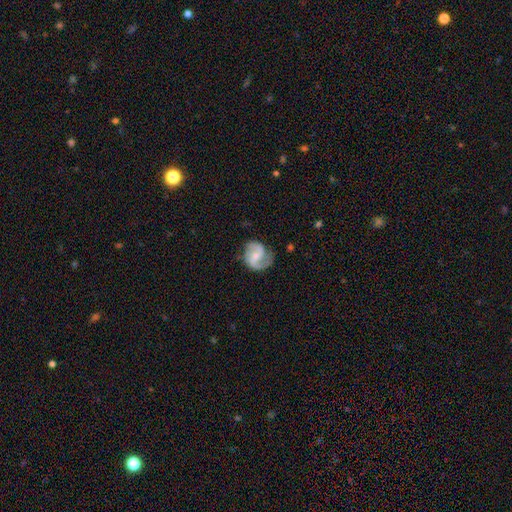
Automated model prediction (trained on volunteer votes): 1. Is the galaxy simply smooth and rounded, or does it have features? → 85% featured or disk, 10% smooth, 5% star or artifact.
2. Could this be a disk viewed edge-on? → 98% no, 2% yes.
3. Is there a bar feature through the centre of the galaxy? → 44% weak, 43% no, 13% strong.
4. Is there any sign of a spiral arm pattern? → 97% yes, 3% no.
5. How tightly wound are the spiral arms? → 53% medium, 28% loose, 19% tight.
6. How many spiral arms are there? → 89% 2, 3% 1, 3% can't tell, 2% 3, 1% 4, 1% more than 4.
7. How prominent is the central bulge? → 57% small, 35% moderate, 6% none, 2% large, 1% dominant.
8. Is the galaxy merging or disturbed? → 74% none, 18% minor disturbance, 7% major disturbance, 1% merger.